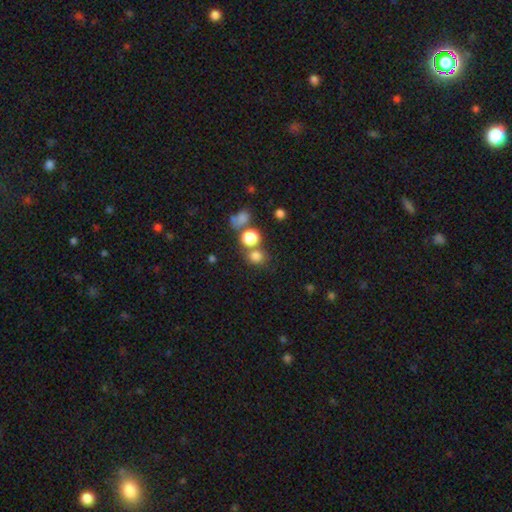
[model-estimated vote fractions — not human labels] Smooth or featured? smooth (77%)
How rounded? round (82%)
Merging? none (60%)